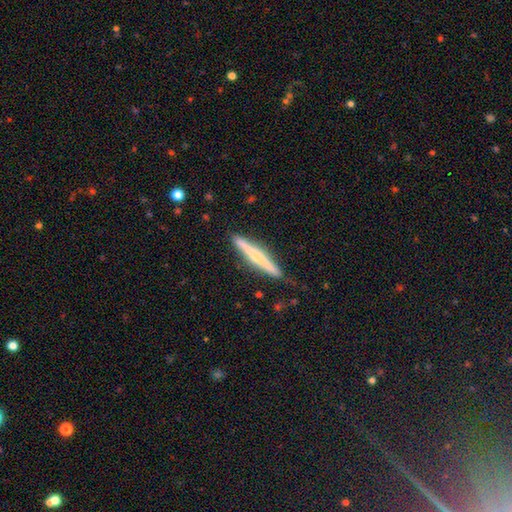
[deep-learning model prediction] This appears to be a featured or disk galaxy (56%) viewed edge-on (97%) with a rounded central bulge (61%). Merging: none (87%).